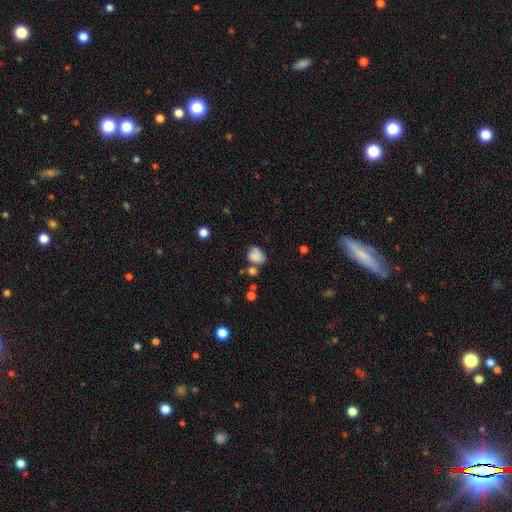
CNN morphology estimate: Smooth or featured: smooth — 78% (featured or disk — 12%)
How rounded: in between — 61% (round — 38%)
Merging: none — 45% (minor disturbance — 26%)